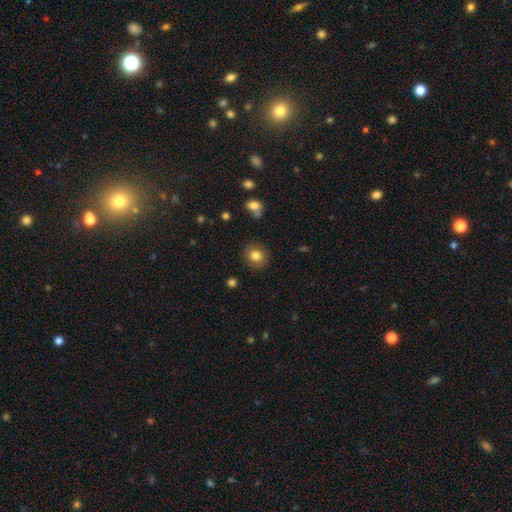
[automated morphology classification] smooth 82%, star or artifact 10%, featured or disk 8%. Down the decision tree: how rounded — round (81%); merging — none (88%).